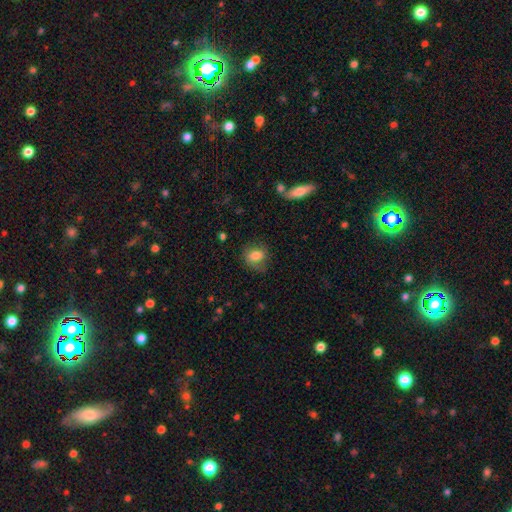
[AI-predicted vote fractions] Smooth or featured: smooth — 74% (featured or disk — 17%)
How rounded: round — 51% (in between — 48%)
Merging: none — 68% (minor disturbance — 21%)